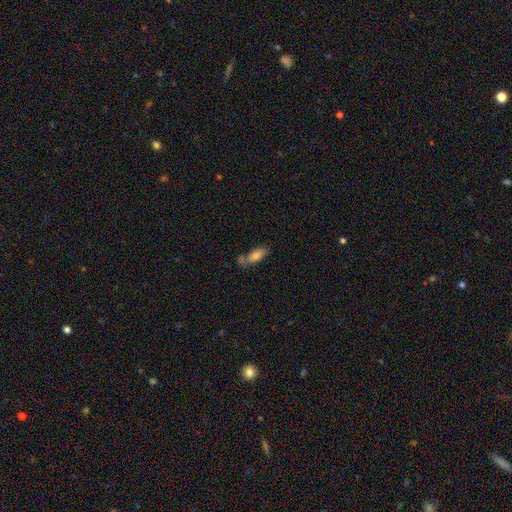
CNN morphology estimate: Smooth or featured?
  - smooth: 73% *
  - featured or disk: 18%
  - star or artifact: 9%
How rounded?
  - in between: 63% *
  - cigar-shaped: 34%
  - round: 3%
Merging?
  - none: 49% *
  - merger: 26%
  - minor disturbance: 19%
  - major disturbance: 6%